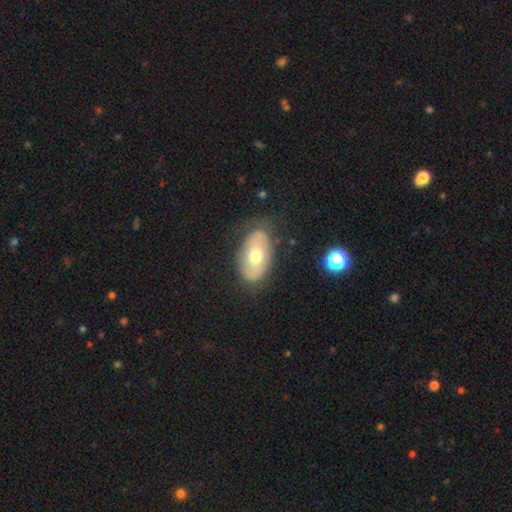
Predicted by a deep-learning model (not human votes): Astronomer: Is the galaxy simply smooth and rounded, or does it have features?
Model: smooth — 52% (runner-up: featured or disk, 42%).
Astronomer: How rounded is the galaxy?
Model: in between — 90%.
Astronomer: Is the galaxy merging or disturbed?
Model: none — 74%.